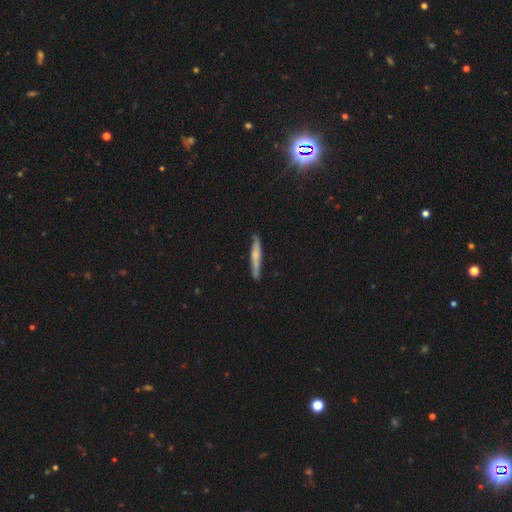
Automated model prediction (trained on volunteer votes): The model was most divided on "smooth or featured": smooth: 53%, featured or disk: 41%, star or artifact: 6%. More confident: how rounded — cigar-shaped (94%); merging — none (86%).